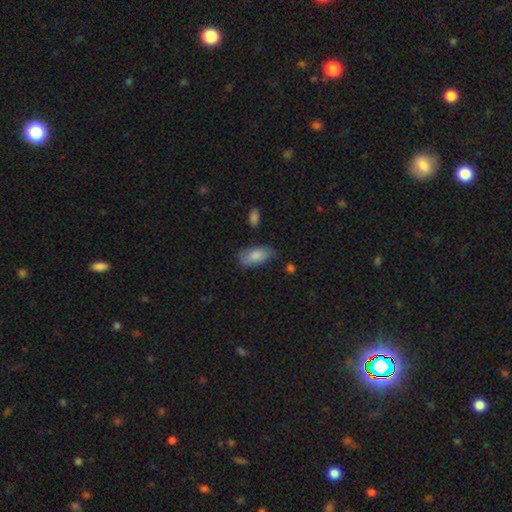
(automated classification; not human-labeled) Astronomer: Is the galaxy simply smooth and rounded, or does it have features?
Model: smooth — 83%.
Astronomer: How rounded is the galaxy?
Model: in between — 92%.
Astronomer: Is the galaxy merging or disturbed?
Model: none — 69%.